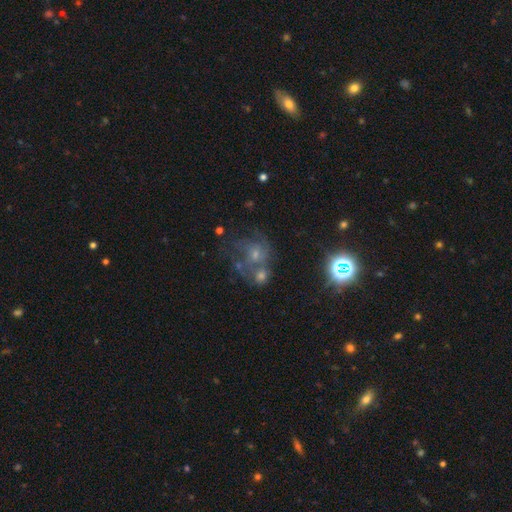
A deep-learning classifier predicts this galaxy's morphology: Smooth or featured?
  - featured or disk: 48% *
  - star or artifact: 29%
  - smooth: 23%
Merging?
  - none: 38% *
  - merger: 32%
  - major disturbance: 16%
  - minor disturbance: 14%